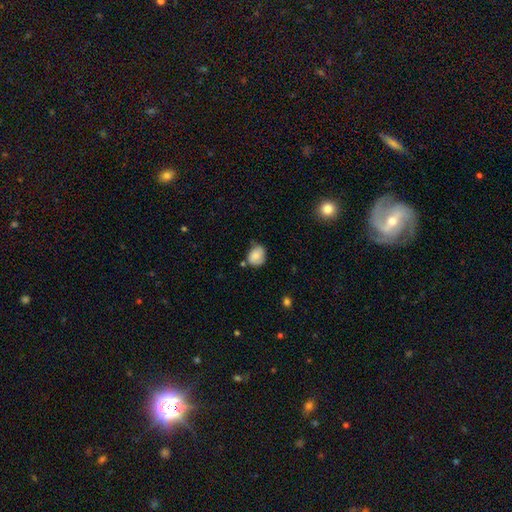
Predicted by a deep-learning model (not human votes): Smooth or featured? smooth (78%)
How rounded? round (56%)
Merging? none (54%)